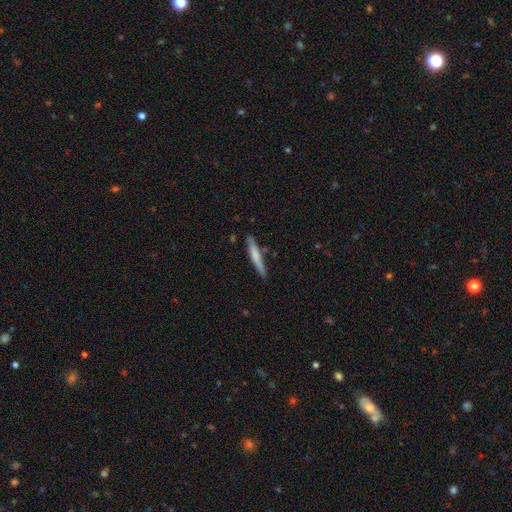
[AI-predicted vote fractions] Overall: smooth (61%; featured or disk 34%). How rounded: cigar-shaped (94%). Merging: none (83%).